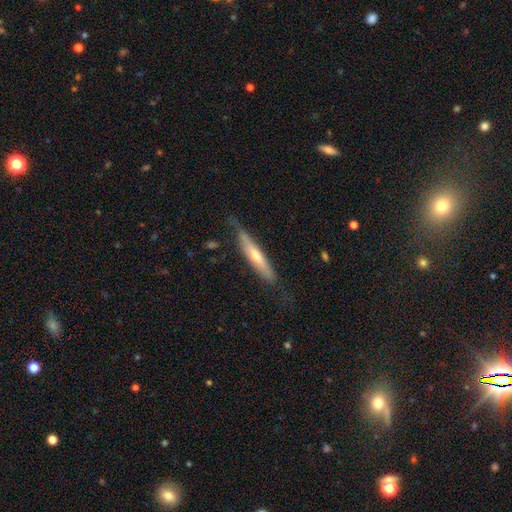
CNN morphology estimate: featured or disk 58%, smooth 33%, star or artifact 9%. Down the decision tree: edge-on disk — yes (87%); edge-on bulge — rounded (75%); merging — none (75%).